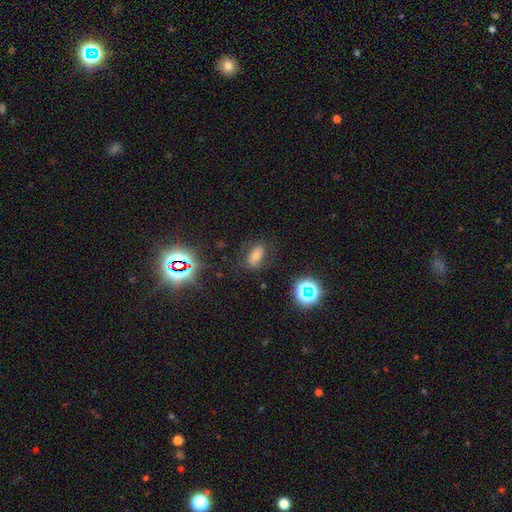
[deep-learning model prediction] smooth_or_featured: smooth (p=0.50) [alt: star or artifact p=0.31]
merging: none (p=0.77) [alt: minor disturbance p=0.14]